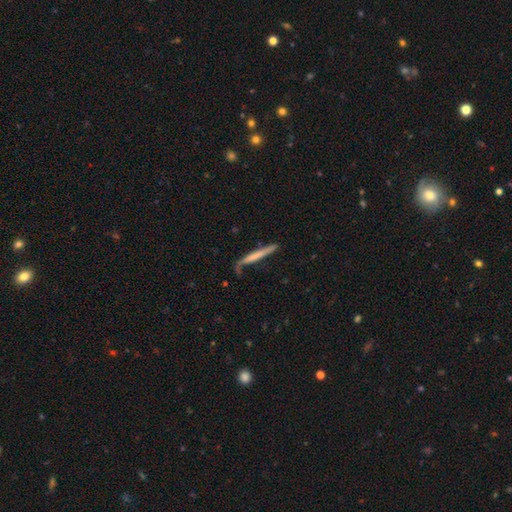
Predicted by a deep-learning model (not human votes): This appears to be a smooth galaxy with no disk features (54%) that is cigar-shaped (96%). Merging: none (58%).